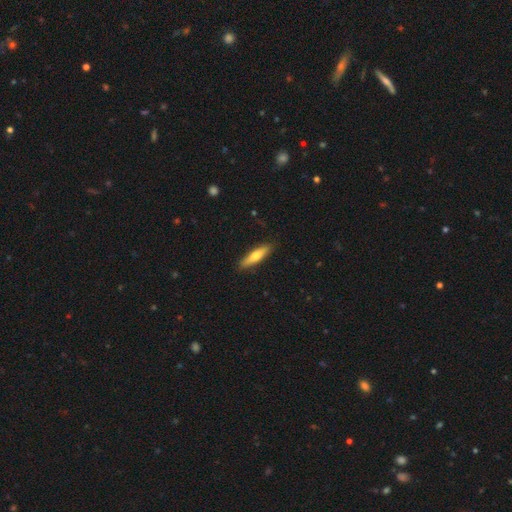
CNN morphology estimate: This is likely a smooth galaxy (61%). How rounded: likely cigar-shaped (77%). Merging: clearly none (90%).